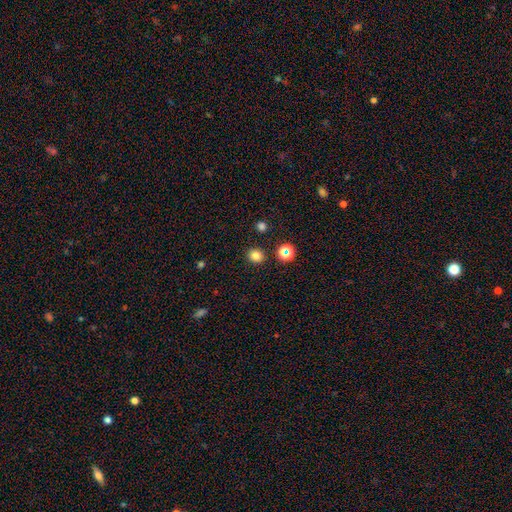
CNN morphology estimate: A smooth galaxy with no disk features (80%) that is round (84%). Merging: none (89%).